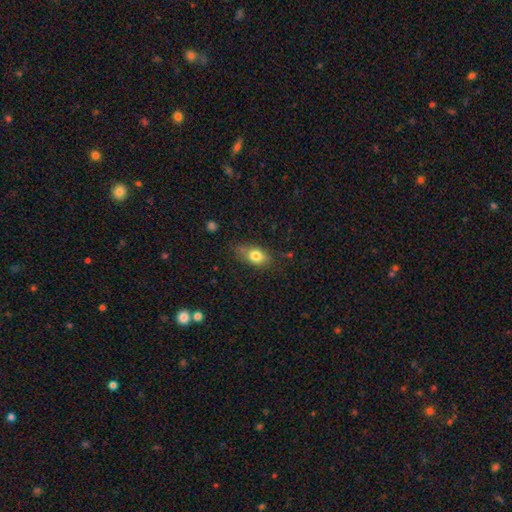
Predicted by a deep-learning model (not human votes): smooth-or-featured: smooth: 78% | featured or disk: 13% | star or artifact: 9%
  how-rounded: in between: 75% | round: 21% | cigar-shaped: 4%
  merging: none: 68% | minor disturbance: 23% | major disturbance: 6% | merger: 3%